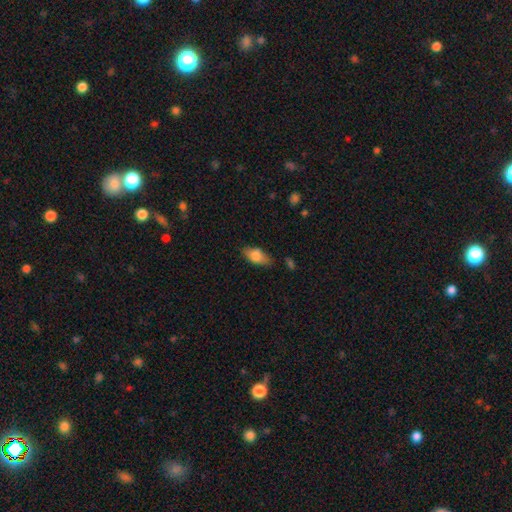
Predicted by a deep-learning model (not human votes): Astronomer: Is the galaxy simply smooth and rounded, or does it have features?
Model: smooth — 79%.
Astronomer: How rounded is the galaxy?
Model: in between — 87%.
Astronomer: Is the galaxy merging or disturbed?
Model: none — 74%.